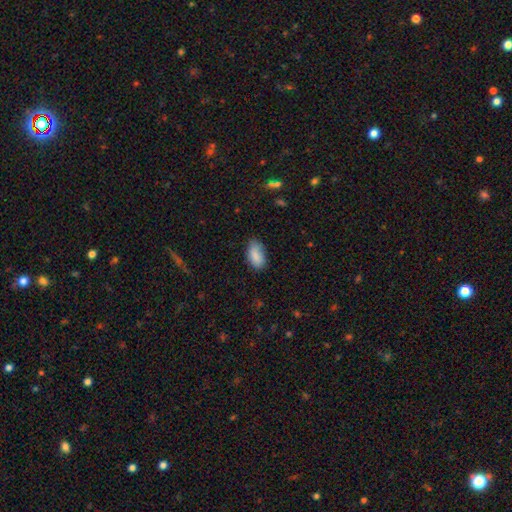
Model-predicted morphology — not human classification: Smooth or featured?
  - smooth: 87% *
  - star or artifact: 7%
  - featured or disk: 5%
How rounded?
  - in between: 93% *
  - cigar-shaped: 4%
  - round: 3%
Merging?
  - none: 70% *
  - minor disturbance: 24%
  - major disturbance: 5%
  - merger: 2%